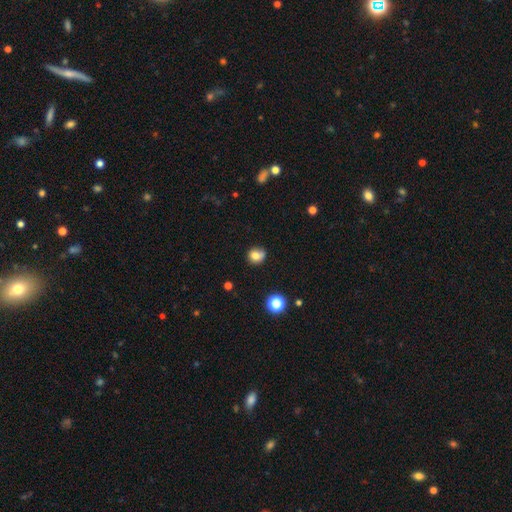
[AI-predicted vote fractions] The model was most divided on "merging": none: 63%, minor disturbance: 22%, merger: 7%, major disturbance: 7%. More confident: how rounded — round (81%); smooth or featured — smooth (74%).